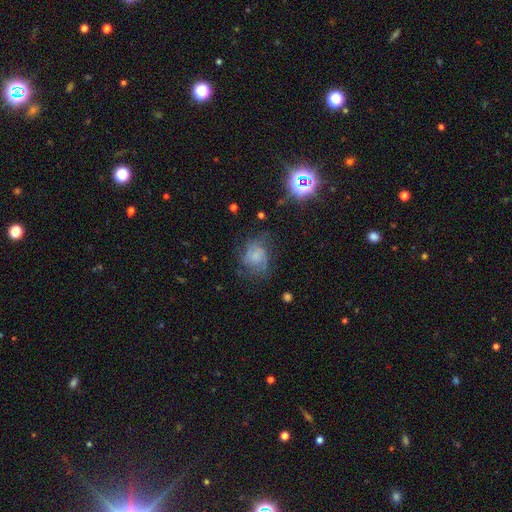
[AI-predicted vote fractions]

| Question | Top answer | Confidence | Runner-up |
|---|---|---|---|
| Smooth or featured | featured or disk | 50% | smooth (37%) |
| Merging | none | 53% | minor disturbance (25%) |